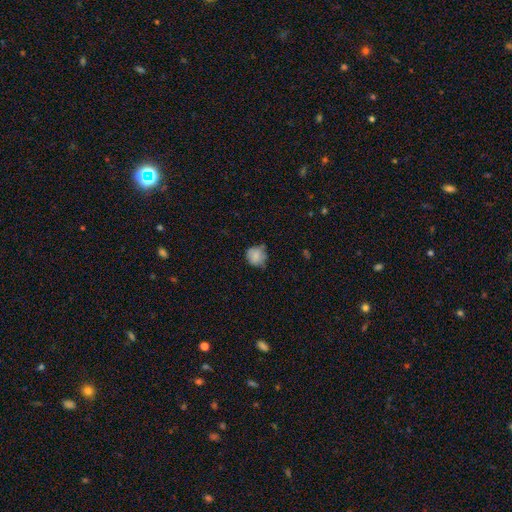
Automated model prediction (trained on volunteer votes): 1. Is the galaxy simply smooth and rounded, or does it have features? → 79% smooth, 11% featured or disk, 10% star or artifact.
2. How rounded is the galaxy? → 80% round, 19% in between, 1% cigar-shaped.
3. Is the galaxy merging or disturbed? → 60% none, 30% minor disturbance, 8% major disturbance, 2% merger.